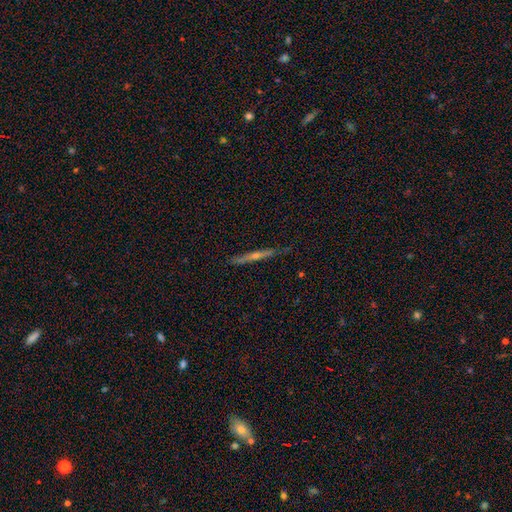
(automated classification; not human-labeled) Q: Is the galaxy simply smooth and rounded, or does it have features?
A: featured or disk — 70%.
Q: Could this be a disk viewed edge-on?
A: yes — 97%.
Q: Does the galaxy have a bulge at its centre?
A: rounded — 74%.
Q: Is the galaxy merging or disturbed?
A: none — 84%.